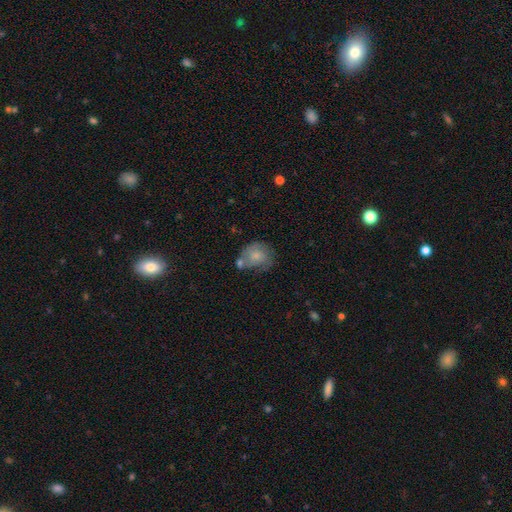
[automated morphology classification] smooth 63%, featured or disk 29%, star or artifact 8%. Down the decision tree: how rounded — round (64%); merging — none (39%).